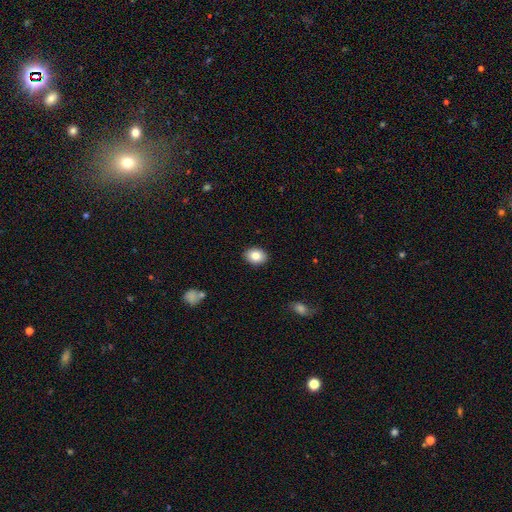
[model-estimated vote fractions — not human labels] Smooth or featured? smooth (84%)
How rounded? in between (67%)
Merging? none (90%)